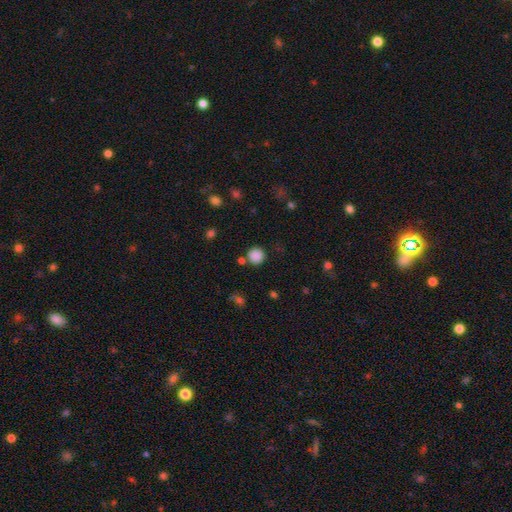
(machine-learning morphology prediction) Overall: smooth (85%). How rounded: round (93%). Merging: none (82%).